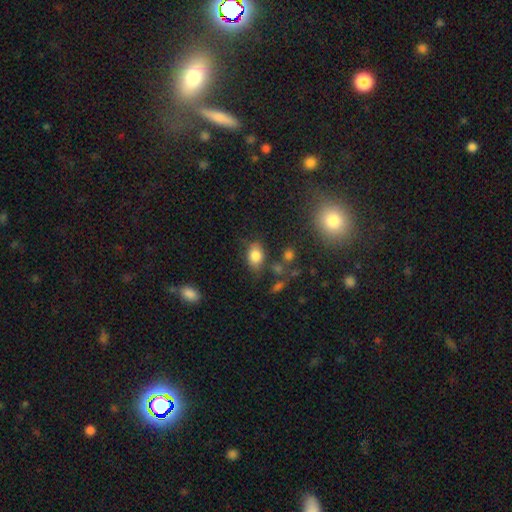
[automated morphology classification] Smooth or featured? Predicted: smooth (p=0.80). How rounded? Predicted: in between (p=0.79). Merging? Predicted: none (p=0.64).